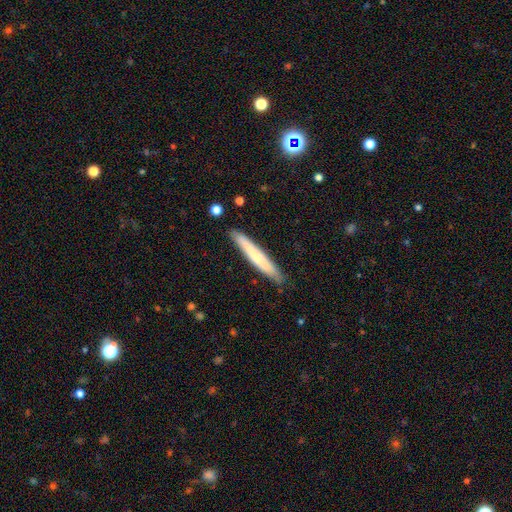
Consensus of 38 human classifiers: smooth 53%, featured or disk 39%, star or artifact 8%. Down the decision tree: how rounded — cigar-shaped (95%); merging — none (89%).